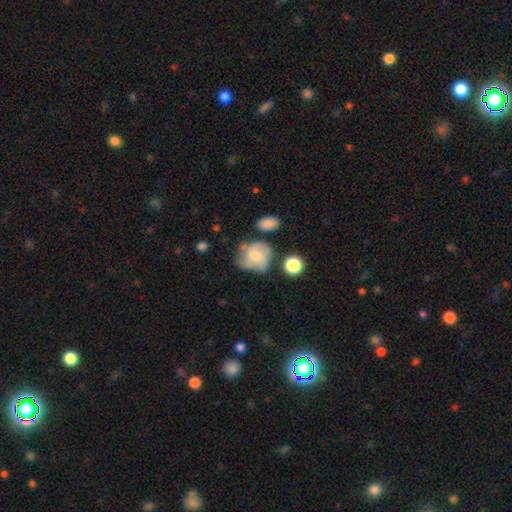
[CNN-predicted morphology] smooth-or-featured: smooth: 50% | featured or disk: 41% | star or artifact: 9%
  how-rounded: round: 63% | in between: 36% | cigar-shaped: 1%
  merging: none: 44% | minor disturbance: 29% | major disturbance: 18% | merger: 9%